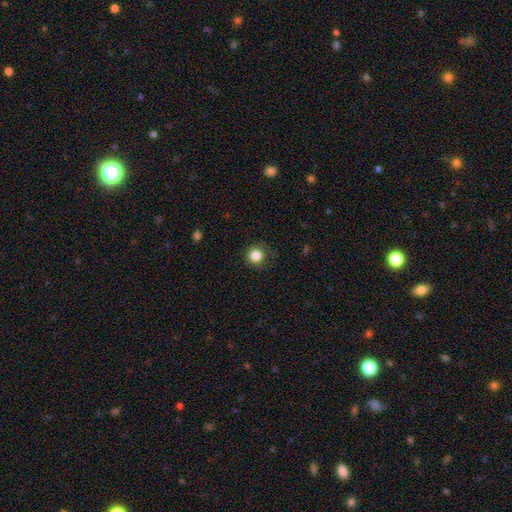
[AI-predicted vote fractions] Morphology: type=smooth (84%); roundness=round (93%); merging=none (80%).